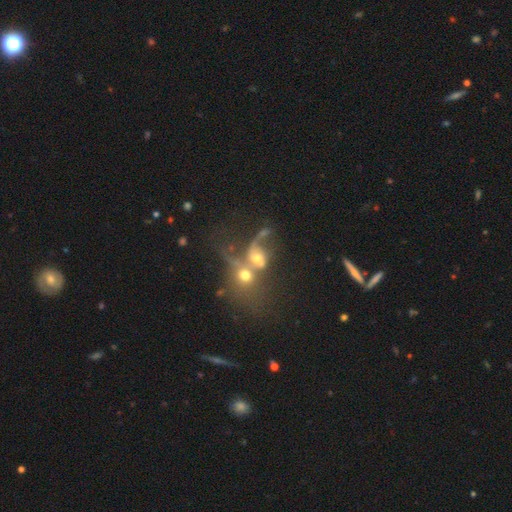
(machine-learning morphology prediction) This is possibly a featured or disk galaxy (51%). It is clearly not viewed edge-on (96%). Merging: likely merger (72%).